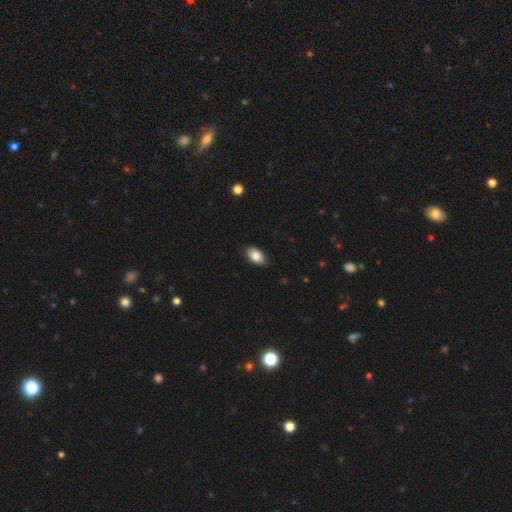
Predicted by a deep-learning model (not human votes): A smooth galaxy with no disk features (85%) that is in between round and cigar-shaped (92%).

Vote fractions:
- Smooth or featured? smooth: 85% / featured or disk: 8% / star or artifact: 7%
- How rounded? in between: 92% / round: 6% / cigar-shaped: 2%
- Merging? none: 86% / minor disturbance: 11% / major disturbance: 2% / merger: 1%